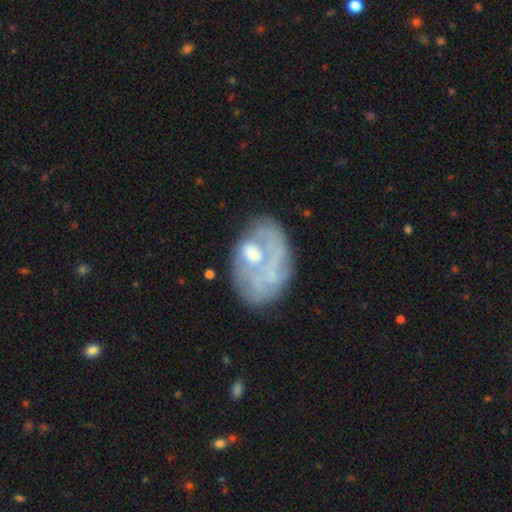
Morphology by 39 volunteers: Q: Smooth or featured?
A: smooth (49%); runner-up: featured or disk (44%)
Q: How rounded?
A: in between (84%); runner-up: round (16%)
Q: Merging?
A: major disturbance (44%); runner-up: minor disturbance (22%)